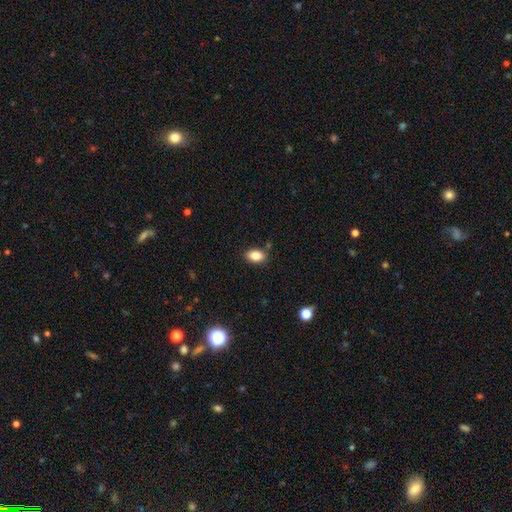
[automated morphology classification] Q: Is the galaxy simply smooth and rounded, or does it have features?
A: smooth — 85%.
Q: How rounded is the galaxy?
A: in between — 88%.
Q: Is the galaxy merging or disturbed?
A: none — 85%.